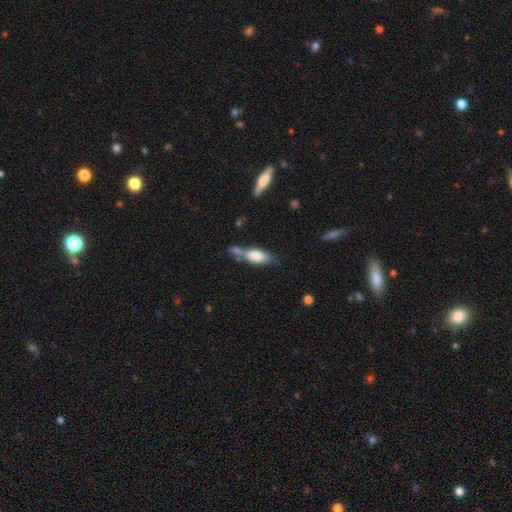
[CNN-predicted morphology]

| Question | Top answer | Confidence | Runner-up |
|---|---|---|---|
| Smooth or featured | smooth | 75% | featured or disk (19%) |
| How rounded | in between | 72% | cigar-shaped (26%) |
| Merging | none | 40% | merger (32%) |